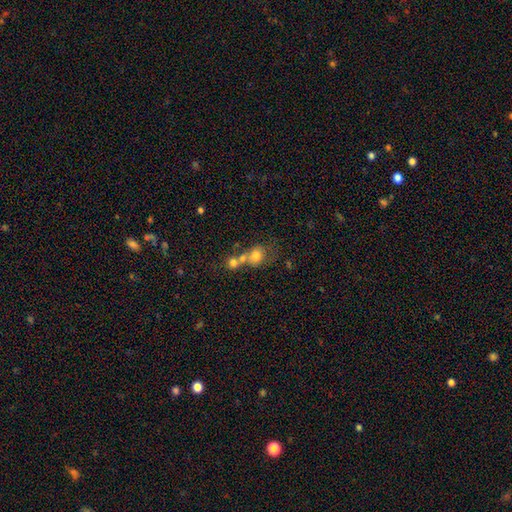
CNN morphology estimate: smooth-or-featured: smooth: 71% | featured or disk: 17% | star or artifact: 12%
  how-rounded: round: 66% | in between: 33% | cigar-shaped: 1%
  merging: merger: 52% | none: 29% | minor disturbance: 10% | major disturbance: 8%